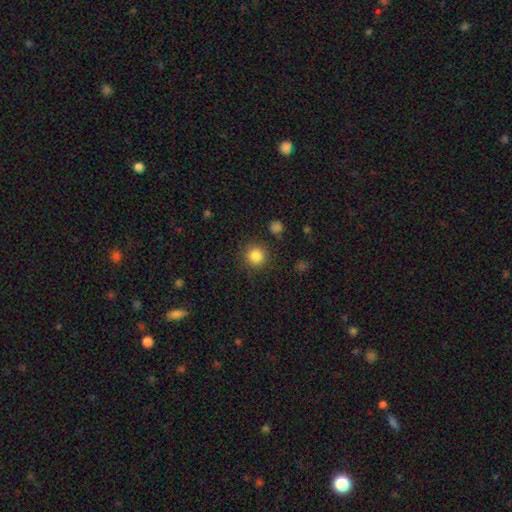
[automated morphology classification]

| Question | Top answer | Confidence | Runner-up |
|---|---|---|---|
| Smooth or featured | smooth | 85% | star or artifact (11%) |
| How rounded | round | 94% | in between (5%) |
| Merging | none | 89% | minor disturbance (7%) |